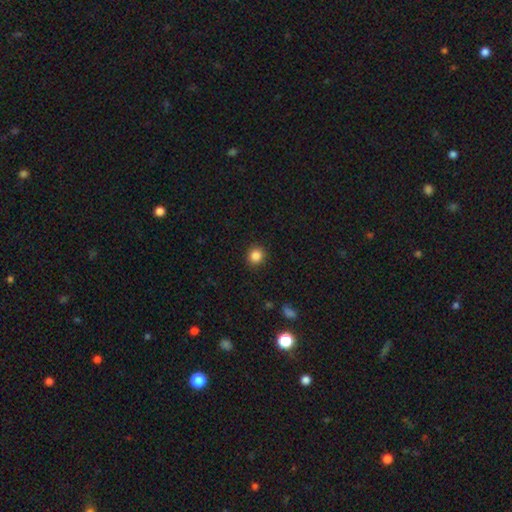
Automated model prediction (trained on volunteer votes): Q: Smooth or featured?
A: smooth (86%); runner-up: star or artifact (11%)
Q: How rounded?
A: round (90%); runner-up: in between (9%)
Q: Merging?
A: none (91%); runner-up: minor disturbance (6%)